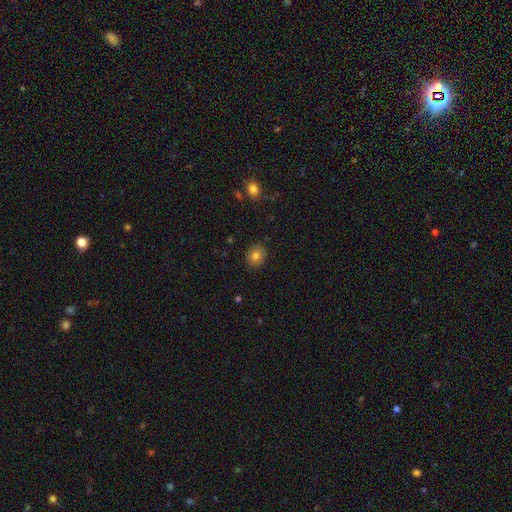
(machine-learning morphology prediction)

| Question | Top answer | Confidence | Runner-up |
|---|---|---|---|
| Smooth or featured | smooth | 81% | star or artifact (11%) |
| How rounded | round | 65% | in between (34%) |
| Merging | none | 87% | minor disturbance (9%) |